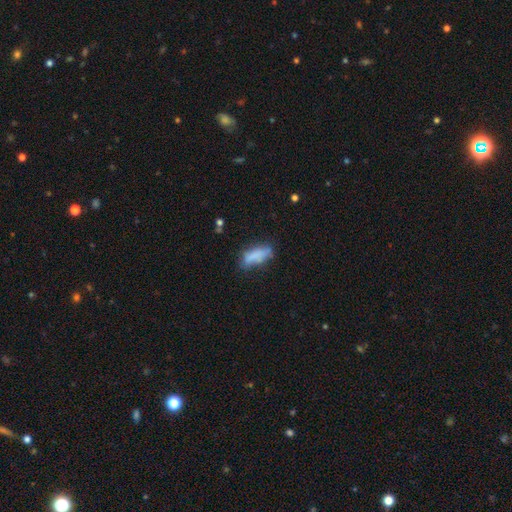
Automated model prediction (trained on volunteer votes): A smooth galaxy with no disk features (69%) that is in between round and cigar-shaped (68%).

Vote fractions:
- Smooth or featured? smooth: 69% / featured or disk: 21% / star or artifact: 10%
- How rounded? in between: 68% / cigar-shaped: 30% / round: 3%
- Merging? none: 46% / minor disturbance: 31% / major disturbance: 17% / merger: 7%